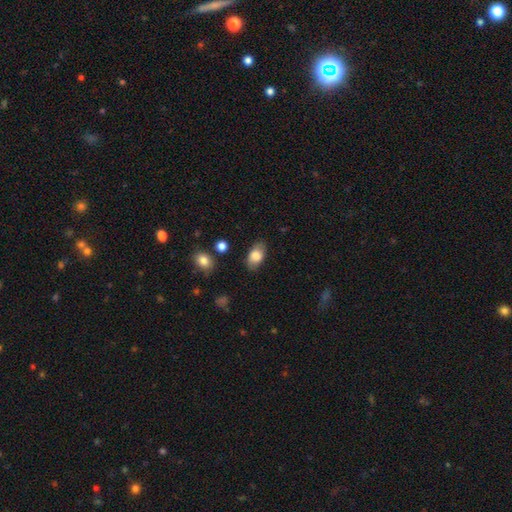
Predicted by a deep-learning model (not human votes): smooth-or-featured: smooth: 79% | featured or disk: 13% | star or artifact: 7%
  how-rounded: in between: 91% | round: 7% | cigar-shaped: 2%
  merging: none: 80% | minor disturbance: 15% | major disturbance: 3% | merger: 2%